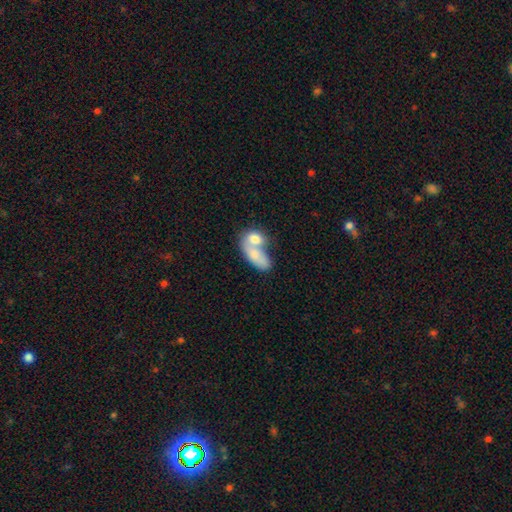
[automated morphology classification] This is likely a smooth galaxy (71%). How rounded: likely in between (80%). Merging: likely merger (71%).